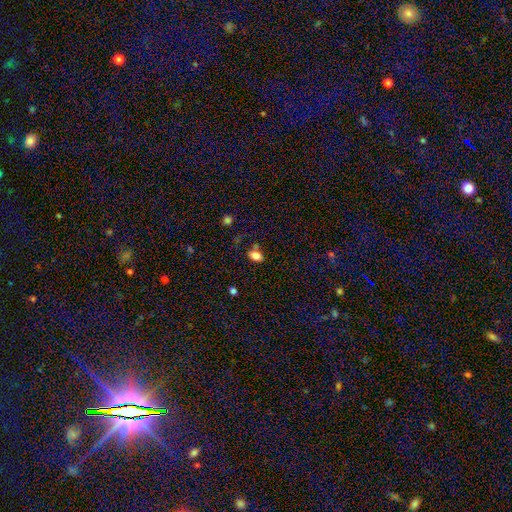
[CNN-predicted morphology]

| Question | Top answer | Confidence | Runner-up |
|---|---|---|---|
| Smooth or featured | smooth | 83% | star or artifact (10%) |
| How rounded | in between | 88% | round (10%) |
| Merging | none | 71% | minor disturbance (15%) |